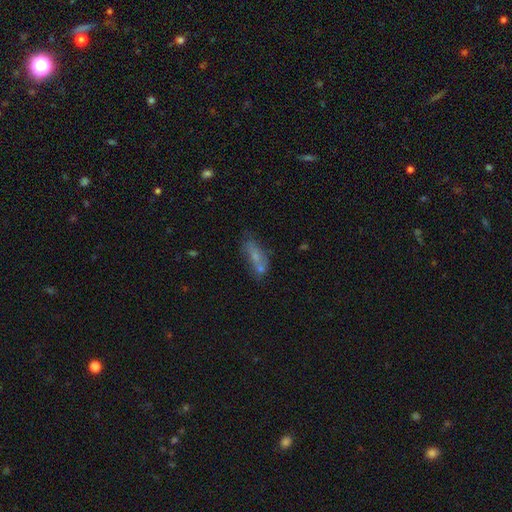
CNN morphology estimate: Smooth or featured: smooth — 59% (featured or disk — 27%)
How rounded: in between — 63% (cigar-shaped — 32%)
Merging: none — 41% (merger — 30%)